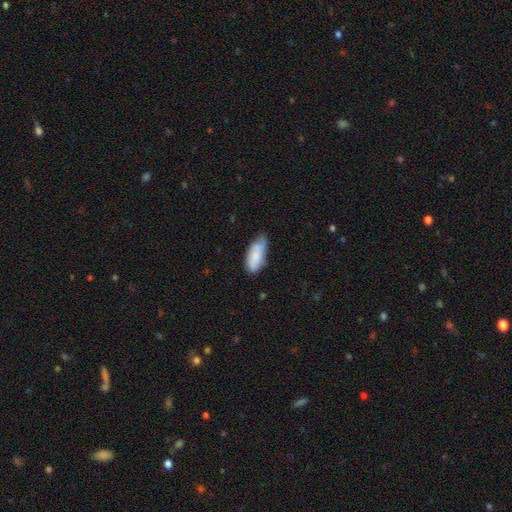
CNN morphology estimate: smooth_or_featured: smooth (p=0.78) [alt: featured or disk p=0.16]
how_rounded: in between (p=0.87) [alt: cigar-shaped p=0.11]
merging: none (p=0.53) [alt: minor disturbance p=0.38]